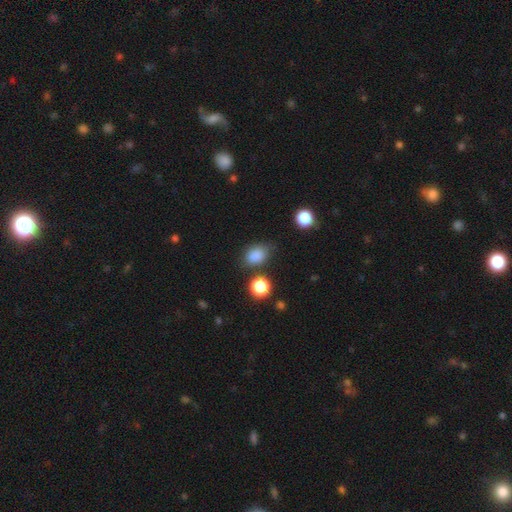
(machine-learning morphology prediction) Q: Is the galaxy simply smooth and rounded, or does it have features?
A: smooth — 84%.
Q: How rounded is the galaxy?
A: in between — 69%.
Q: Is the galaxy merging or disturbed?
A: none — 67%.